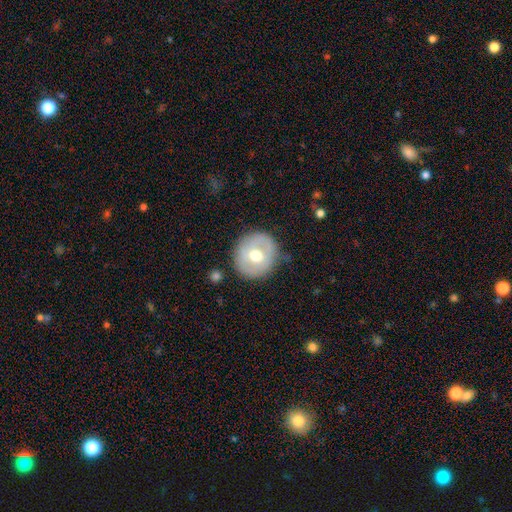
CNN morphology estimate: Smooth or featured: smooth — 51% (featured or disk — 42%)
How rounded: round — 88% (in between — 11%)
Merging: none — 82% (minor disturbance — 12%)